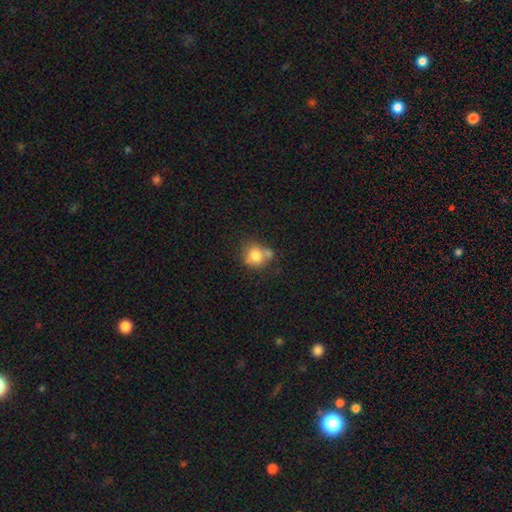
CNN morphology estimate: Overall: smooth (75%). How rounded: round (78%). Merging: none (48%; merger 28%).